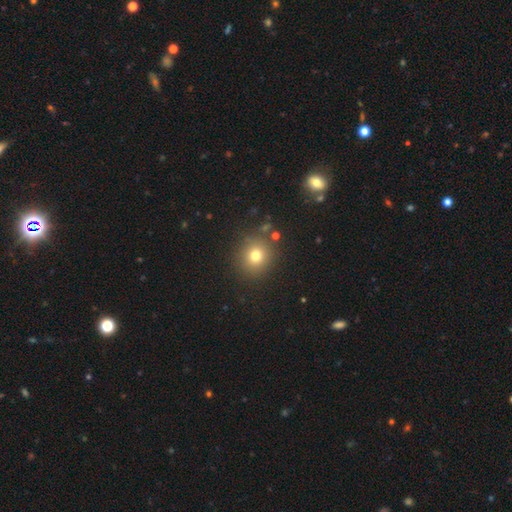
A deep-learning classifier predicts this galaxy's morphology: Smooth or featured? Predicted: smooth (p=0.75). How rounded? Predicted: round (p=0.88). Merging? Predicted: none (p=0.86).